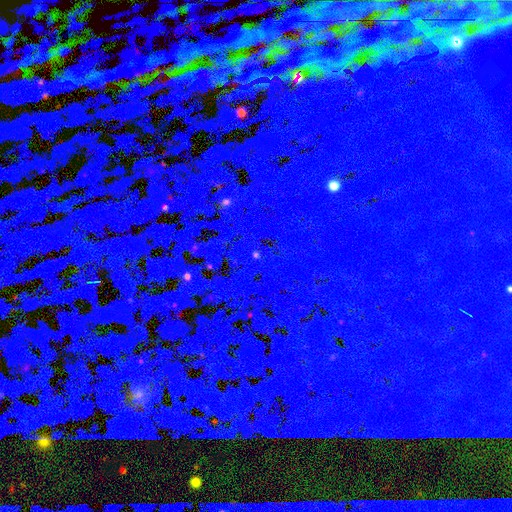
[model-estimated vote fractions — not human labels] Smooth or featured? star or artifact (81%)